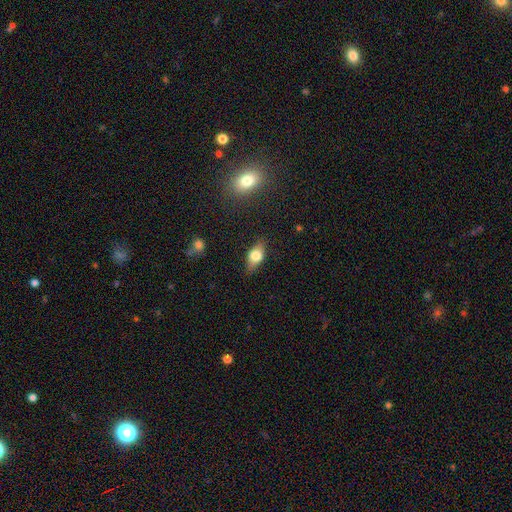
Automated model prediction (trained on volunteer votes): Morphology: type=smooth (61%); roundness=in between (78%); merging=none (81%).